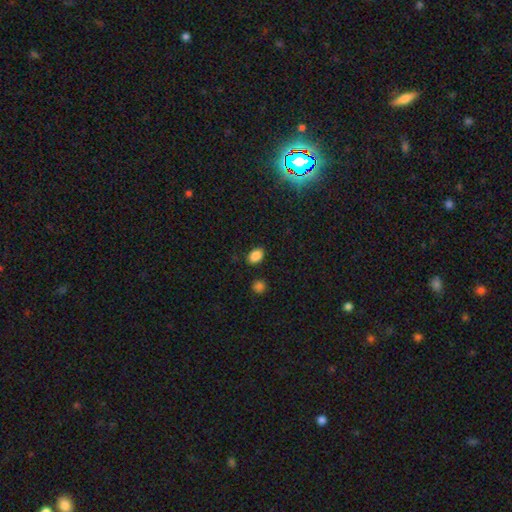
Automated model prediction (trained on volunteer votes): Smooth or featured? Predicted: smooth (p=0.86). How rounded? Predicted: in between (p=0.82). Merging? Predicted: none (p=0.85).